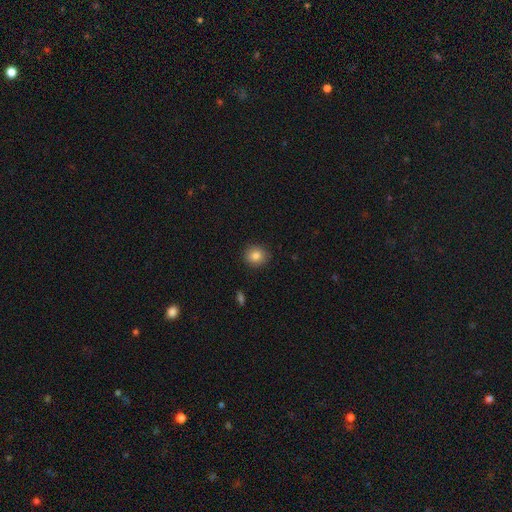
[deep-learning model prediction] Smooth or featured? Predicted: smooth (p=0.83). How rounded? Predicted: round (p=0.85). Merging? Predicted: none (p=0.90).